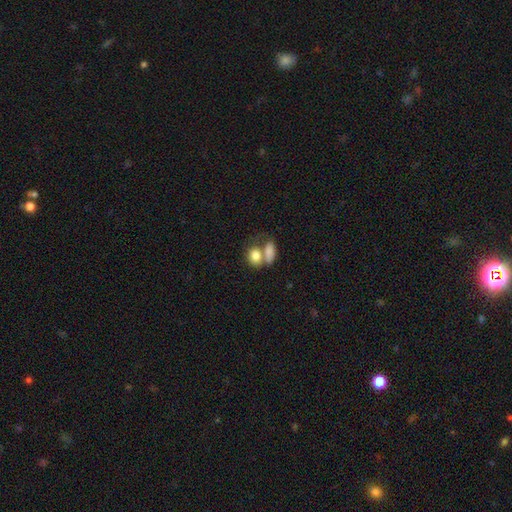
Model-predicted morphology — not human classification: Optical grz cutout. It shows a smooth galaxy with no disk features (81%) that is in between round and cigar-shaped (68%). Merging: merger (55%).